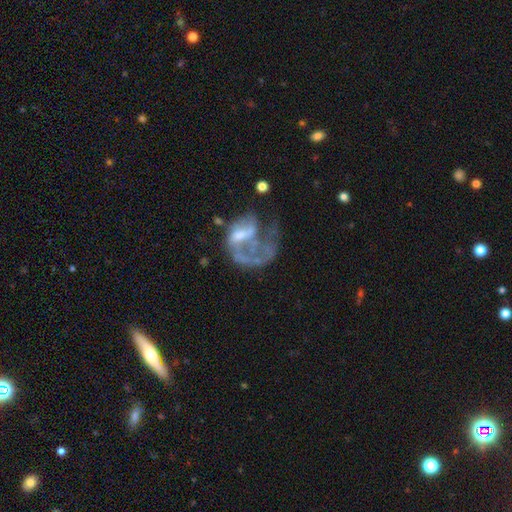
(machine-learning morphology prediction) Smooth or featured: featured or disk — 71% (smooth — 18%)
Edge-on disk: no — 98% (yes — 2%)
Bar: no — 63% (weak — 29%)
Spiral arms: yes — 54% (no — 46%)
Bulge size: small — 37% (none — 30%)
Merging: major disturbance — 51% (none — 24%)